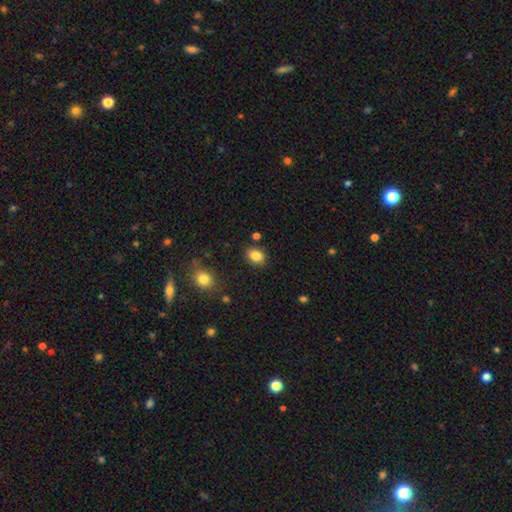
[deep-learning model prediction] A smooth galaxy with no disk features (85%) that is in between round and cigar-shaped (69%). Merging: none (84%).